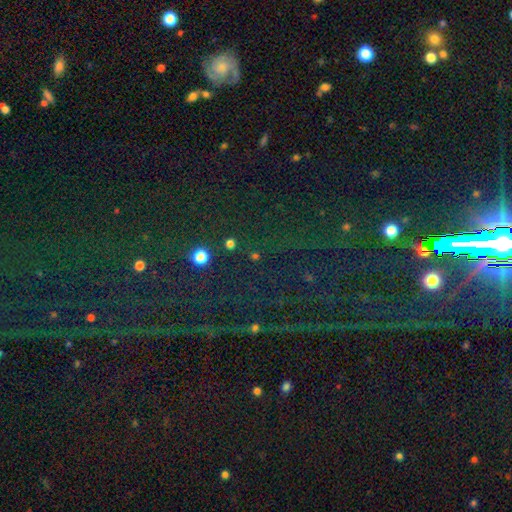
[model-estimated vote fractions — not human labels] Smooth or featured: star or artifact — 81% (smooth — 11%)